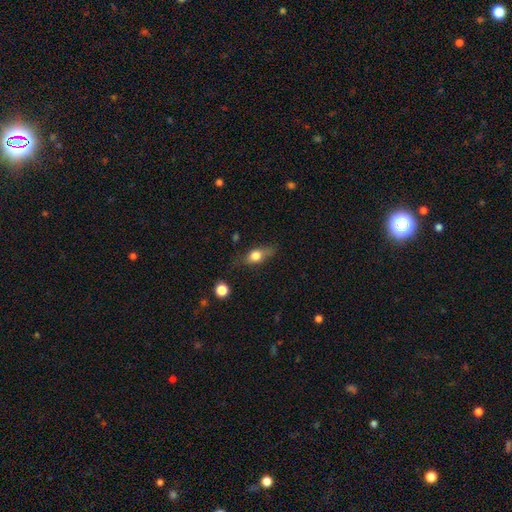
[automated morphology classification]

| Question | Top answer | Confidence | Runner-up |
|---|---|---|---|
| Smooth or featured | smooth | 65% | featured or disk (26%) |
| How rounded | in between | 63% | round (19%) |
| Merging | none | 62% | minor disturbance (26%) |